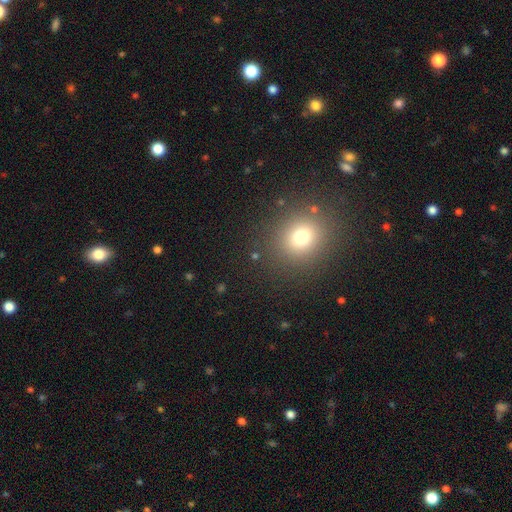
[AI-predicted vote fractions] Q: Smooth or featured?
A: smooth (68%); runner-up: star or artifact (24%)
Q: How rounded?
A: round (80%); runner-up: in between (18%)
Q: Merging?
A: none (86%); runner-up: minor disturbance (7%)